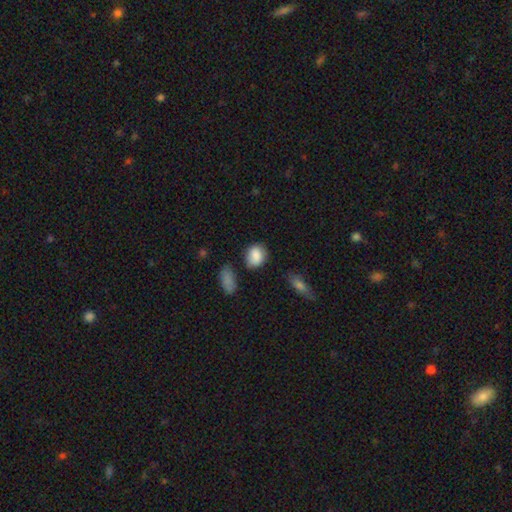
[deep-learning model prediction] This is clearly a smooth galaxy (86%). How rounded: possibly in between (52%). Merging: likely none (70%).